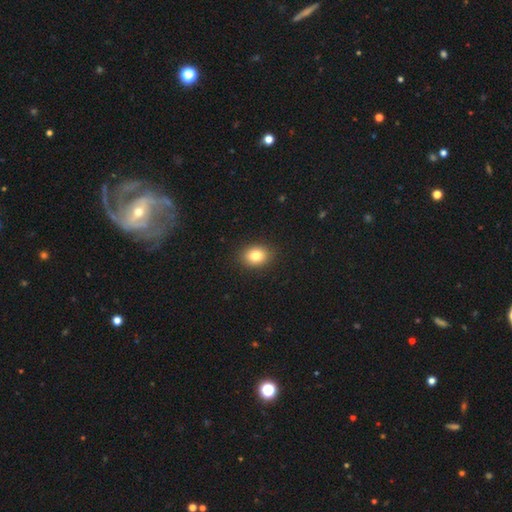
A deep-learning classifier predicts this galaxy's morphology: A smooth galaxy with no disk features (82%) that is in between round and cigar-shaped (54%).

Vote fractions:
- Smooth or featured? smooth: 82% / star or artifact: 10% / featured or disk: 8%
- How rounded? in between: 54% / round: 45% / cigar-shaped: 1%
- Merging? none: 90% / minor disturbance: 8% / major disturbance: 2% / merger: 1%